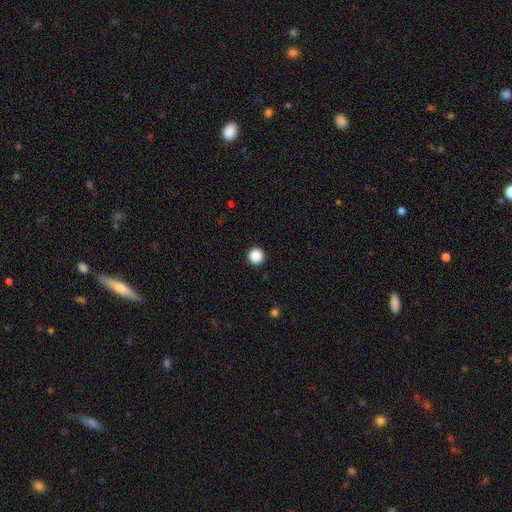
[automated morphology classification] Smooth or featured? smooth (88%)
How rounded? round (95%)
Merging? none (93%)